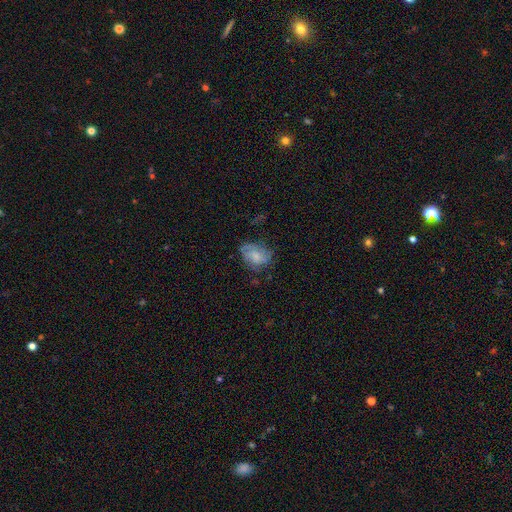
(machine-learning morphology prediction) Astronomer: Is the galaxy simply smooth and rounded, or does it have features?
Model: smooth — 51% (runner-up: featured or disk, 41%).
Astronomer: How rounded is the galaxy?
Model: in between — 66%.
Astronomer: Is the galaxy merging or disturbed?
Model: none — 54%.